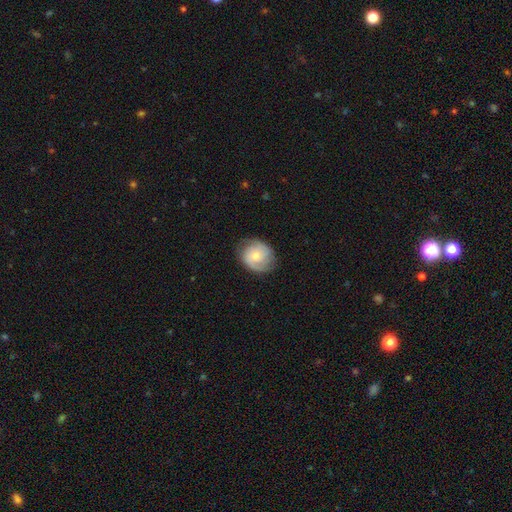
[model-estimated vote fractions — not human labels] Q: Smooth or featured?
A: featured or disk (57%); runner-up: smooth (36%)
Q: Edge-on disk?
A: no (97%); runner-up: yes (3%)
Q: Bar?
A: no (72%); runner-up: weak (24%)
Q: Spiral arms?
A: yes (87%); runner-up: no (13%)
Q: Bulge size?
A: small (50%); runner-up: moderate (45%)
Q: Merging?
A: none (74%); runner-up: minor disturbance (19%)